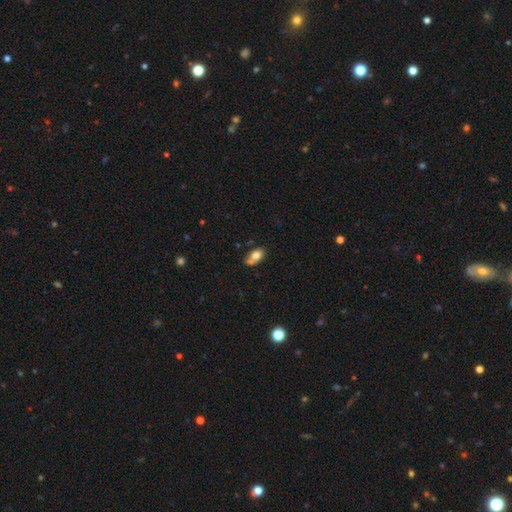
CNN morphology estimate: The model was most divided on "merging": none: 46%, merger: 27%, minor disturbance: 20%, major disturbance: 7%. More confident: how rounded — in between (84%); smooth or featured — smooth (74%).